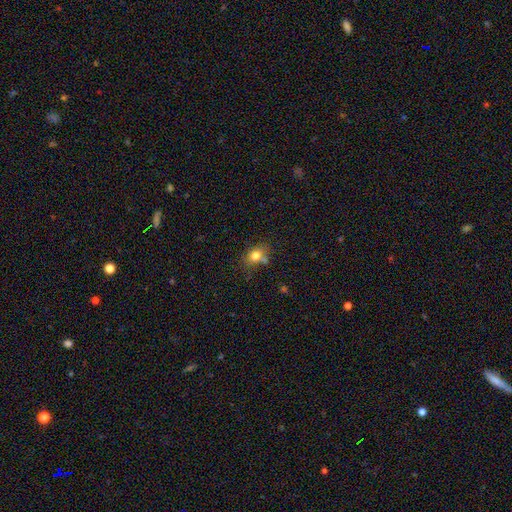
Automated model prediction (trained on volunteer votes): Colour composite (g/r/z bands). It shows a smooth galaxy with no disk features (77%) that is in between round and cigar-shaped (52%). Merging: none (58%).